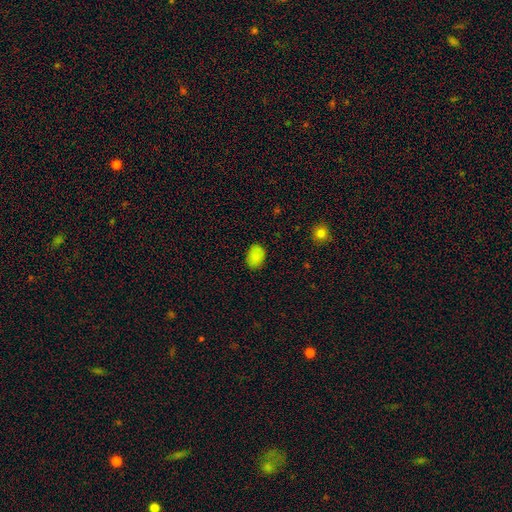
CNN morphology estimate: smooth-or-featured: smooth: 86% | star or artifact: 10% | featured or disk: 4%
  how-rounded: in between: 70% | round: 29% | cigar-shaped: 1%
  merging: none: 84% | minor disturbance: 12% | major disturbance: 3% | merger: 1%